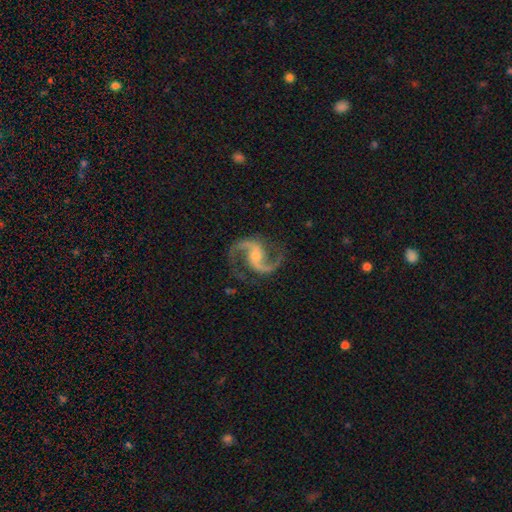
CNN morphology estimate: This appears to be a featured or disk galaxy (94%) with no bar (42%), 2 (94%) medium (57%) spiral arms (99%) and a small central bulge (54%). Merging: none (81%).